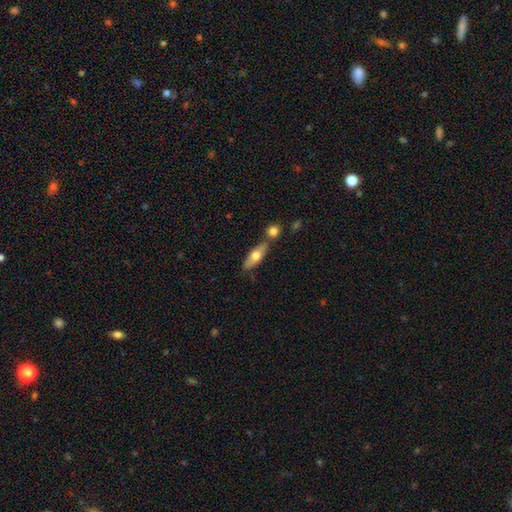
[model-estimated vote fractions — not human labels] Morphology: type=smooth (59%); roundness=in between (54%); merging=none (63%).